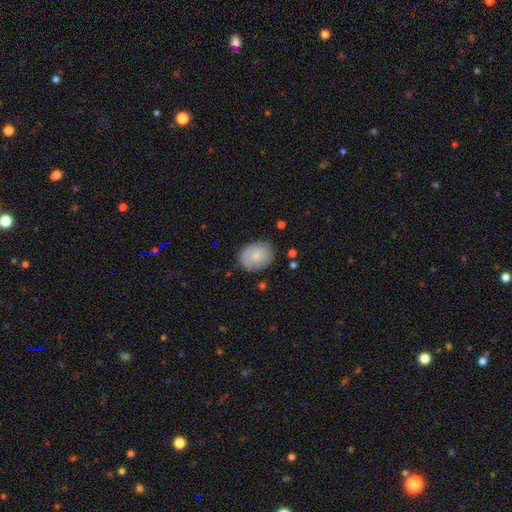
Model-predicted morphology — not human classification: smooth_or_featured: smooth (p=0.73) [alt: featured or disk p=0.20]
how_rounded: in between (p=0.52) [alt: round p=0.48]
merging: none (p=0.75) [alt: minor disturbance p=0.19]